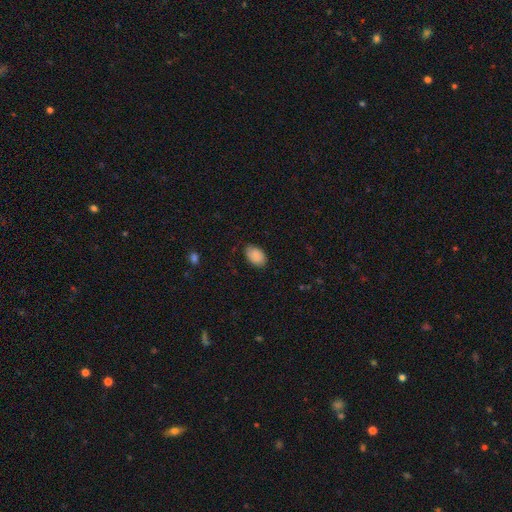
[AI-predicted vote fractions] The model was most divided on "merging": none: 80%, minor disturbance: 16%, major disturbance: 3%, merger: 1%. More confident: smooth or featured — smooth (89%); how rounded — in between (89%).